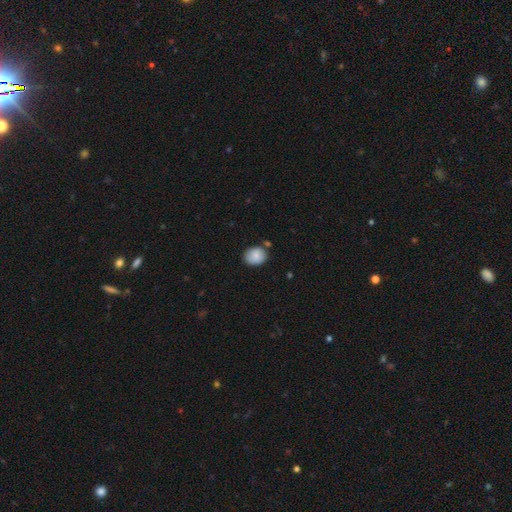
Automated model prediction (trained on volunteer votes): Smooth or featured?
  - smooth: 84% *
  - featured or disk: 8%
  - star or artifact: 7%
How rounded?
  - round: 52% *
  - in between: 47%
  - cigar-shaped: 1%
Merging?
  - none: 77% *
  - minor disturbance: 15%
  - merger: 5%
  - major disturbance: 3%